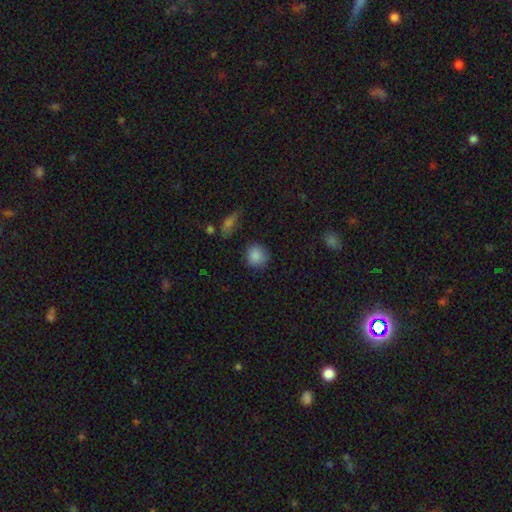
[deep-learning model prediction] This appears to be a smooth galaxy with no disk features (87%) that is round (85%). Merging: none (82%).